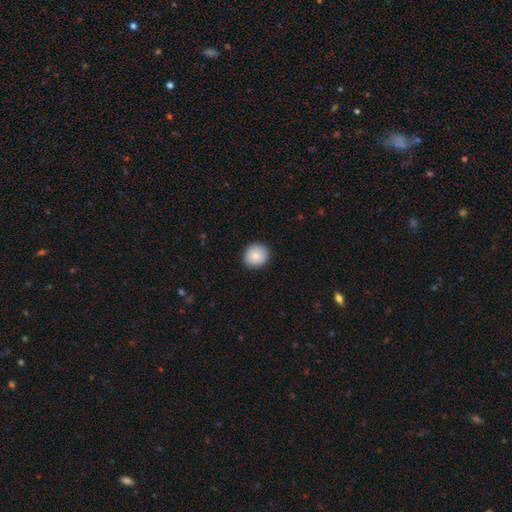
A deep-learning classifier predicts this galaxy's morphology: Smooth or featured?
  - smooth: 87% *
  - star or artifact: 7%
  - featured or disk: 6%
How rounded?
  - round: 84% *
  - in between: 15%
  - cigar-shaped: 1%
Merging?
  - none: 91% *
  - minor disturbance: 7%
  - major disturbance: 2%
  - merger: 1%